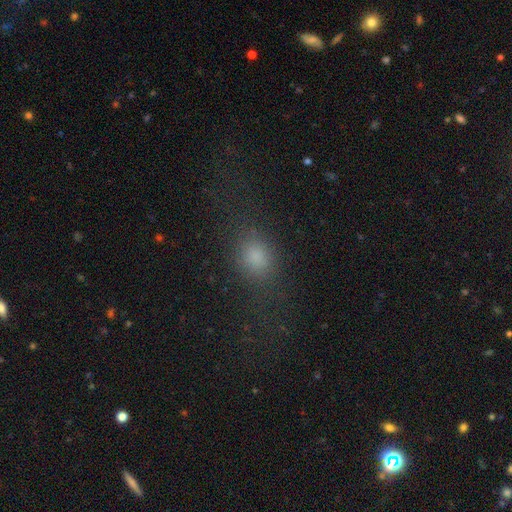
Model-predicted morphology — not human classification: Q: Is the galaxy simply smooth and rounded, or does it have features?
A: smooth — 78%.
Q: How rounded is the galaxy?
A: in between — 59%.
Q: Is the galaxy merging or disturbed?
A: none — 68%.